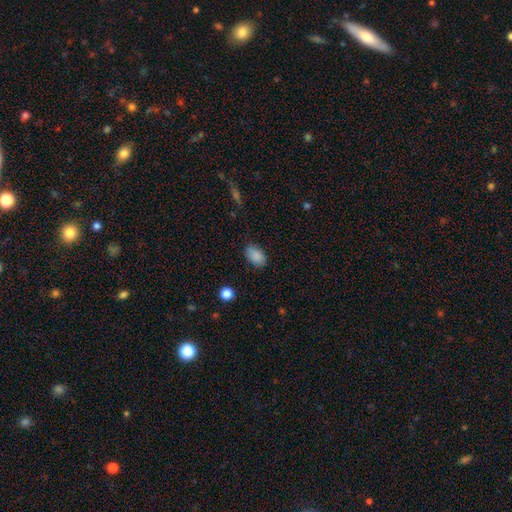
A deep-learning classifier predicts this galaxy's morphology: Q: Smooth or featured?
A: smooth (87%); runner-up: star or artifact (8%)
Q: How rounded?
A: in between (90%); runner-up: round (9%)
Q: Merging?
A: none (80%); runner-up: minor disturbance (16%)